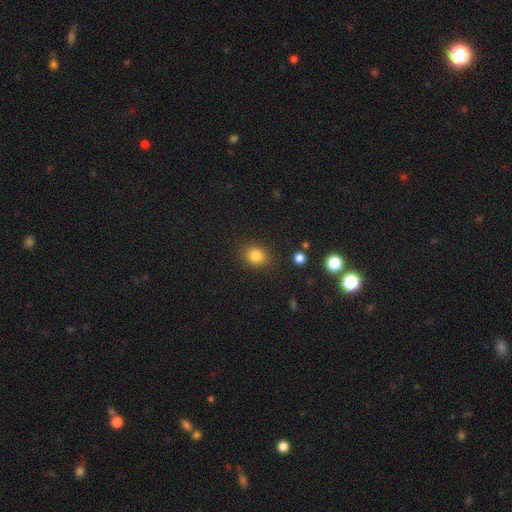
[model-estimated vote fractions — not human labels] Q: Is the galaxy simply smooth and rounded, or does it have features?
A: smooth — 84%.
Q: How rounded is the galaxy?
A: round — 57%.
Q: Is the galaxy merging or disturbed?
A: none — 86%.